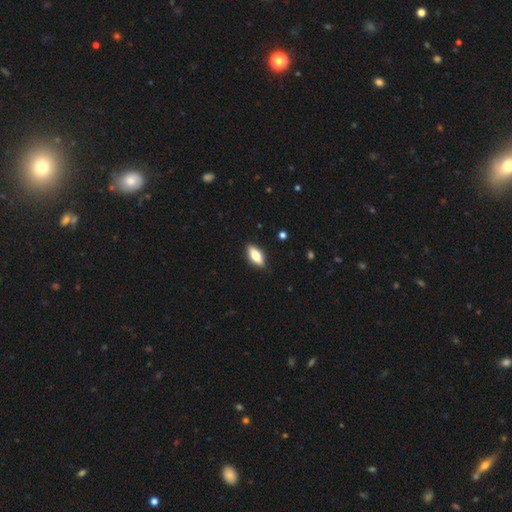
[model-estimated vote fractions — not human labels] Smooth or featured?
  - smooth: 70% *
  - featured or disk: 23%
  - star or artifact: 7%
How rounded?
  - in between: 79% *
  - cigar-shaped: 18%
  - round: 3%
Merging?
  - none: 88% *
  - minor disturbance: 9%
  - major disturbance: 2%
  - merger: 1%